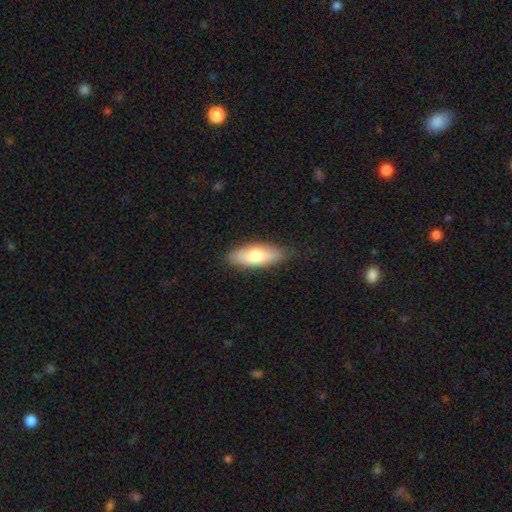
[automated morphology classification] A smooth galaxy with no disk features (72%) that is in between round and cigar-shaped (68%).

Vote fractions:
- Smooth or featured? smooth: 72% / featured or disk: 22% / star or artifact: 6%
- How rounded? in between: 68% / cigar-shaped: 30% / round: 2%
- Merging? none: 83% / minor disturbance: 13% / major disturbance: 3% / merger: 1%